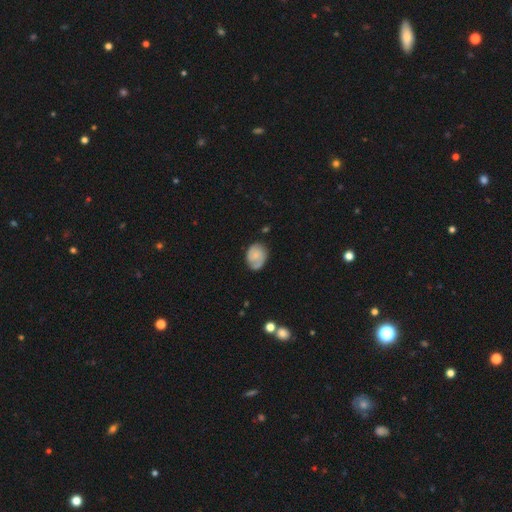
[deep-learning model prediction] This is possibly a smooth galaxy (49%). Merging: likely none (63%).